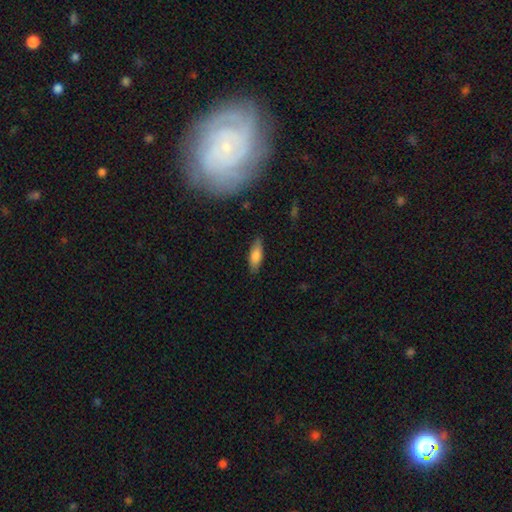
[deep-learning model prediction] smooth-or-featured: smooth: 78% | featured or disk: 15% | star or artifact: 7%
  how-rounded: in between: 64% | cigar-shaped: 34% | round: 2%
  merging: none: 82% | minor disturbance: 14% | major disturbance: 3% | merger: 1%